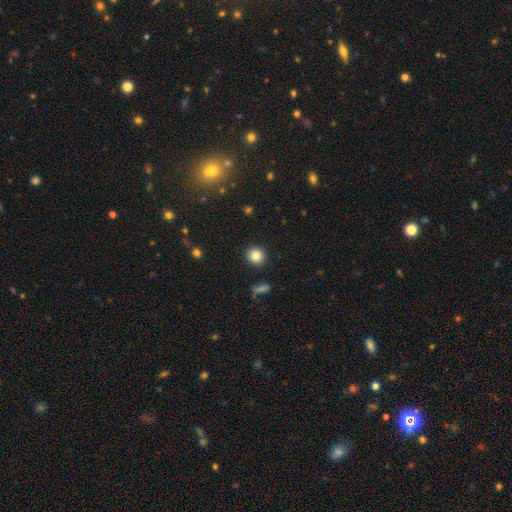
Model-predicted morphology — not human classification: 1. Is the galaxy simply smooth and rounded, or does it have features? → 84% smooth, 10% star or artifact, 6% featured or disk.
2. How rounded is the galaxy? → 86% round, 13% in between, 1% cigar-shaped.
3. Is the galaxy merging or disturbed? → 91% none, 6% minor disturbance, 2% major disturbance, 1% merger.